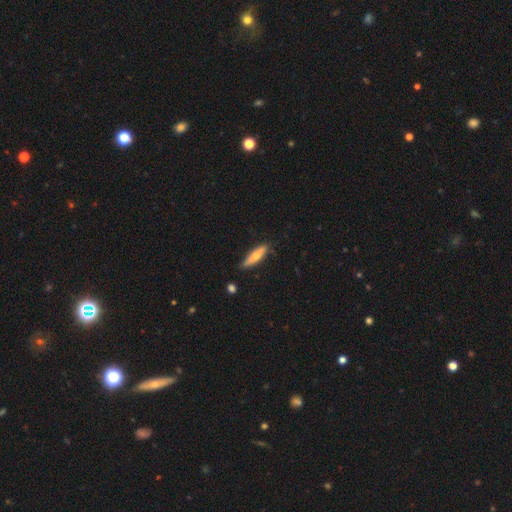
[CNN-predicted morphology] Overall: smooth (56%; featured or disk 38%). How rounded: cigar-shaped (75%). Merging: none (83%).